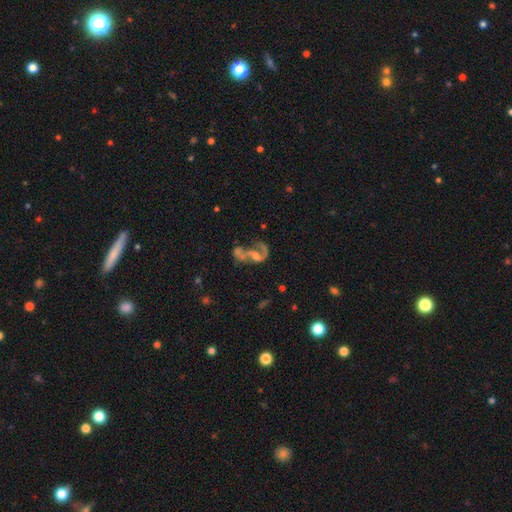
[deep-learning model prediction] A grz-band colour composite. It shows a featured or disk galaxy (68%) with no bar (62%), spiral arms (67%) and a moderate central bulge (35%). Merging: merger (44%).